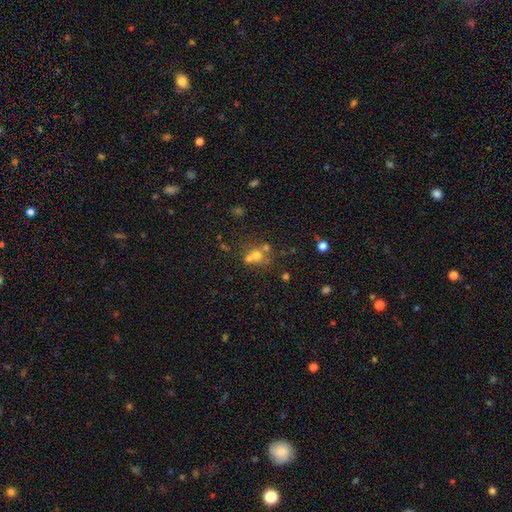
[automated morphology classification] Smooth or featured? Predicted: smooth (p=0.59). How rounded? Predicted: round (p=0.79). Merging? Predicted: merger (p=0.48).